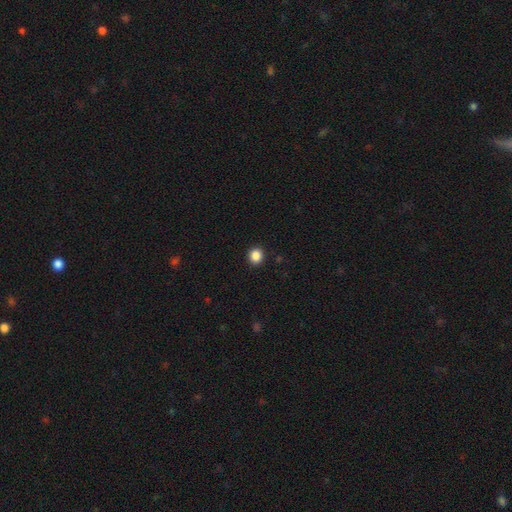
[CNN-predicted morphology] Smooth or featured? Predicted: smooth (p=0.87). How rounded? Predicted: round (p=0.84). Merging? Predicted: none (p=0.92).